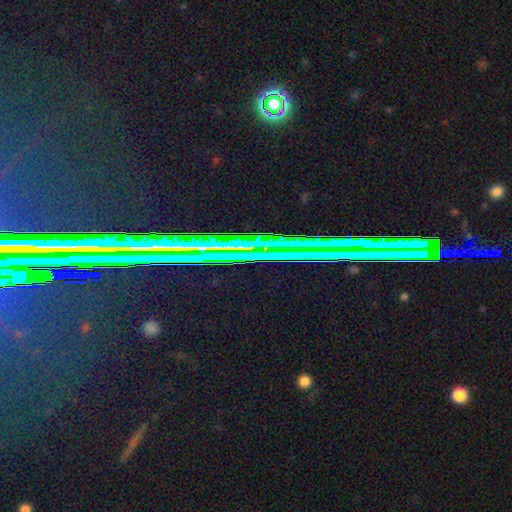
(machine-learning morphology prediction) This is likely a star or artifact rather than a galaxy (74%).